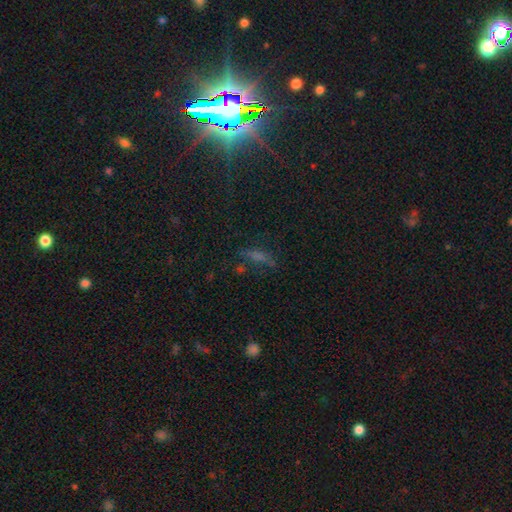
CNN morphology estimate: star or artifact 39%, smooth 35%, featured or disk 26%.